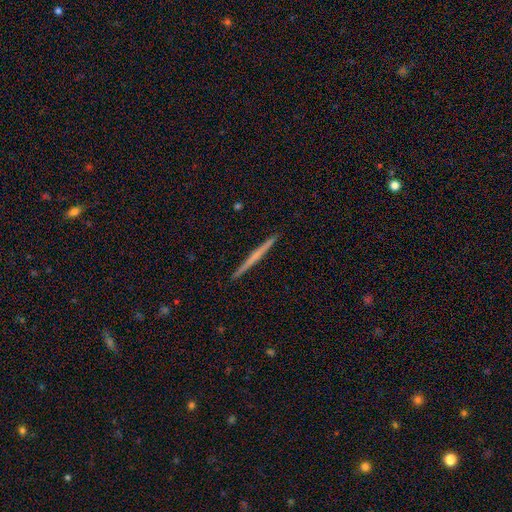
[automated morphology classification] smooth_or_featured: featured or disk (p=0.55) [alt: smooth p=0.40]
disk_edge_on: yes (p=0.98) [alt: no p=0.02]
edge_on_bulge: none (p=0.79) [alt: rounded p=0.16]
merging: none (p=0.93) [alt: minor disturbance p=0.05]